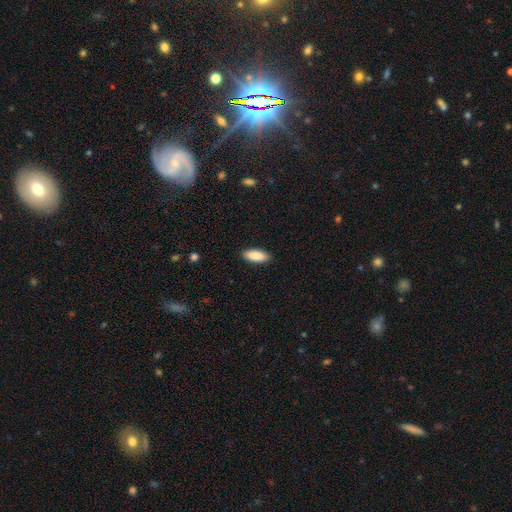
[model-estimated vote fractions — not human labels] Q: Smooth or featured?
A: smooth (89%); runner-up: star or artifact (6%)
Q: How rounded?
A: in between (78%); runner-up: cigar-shaped (20%)
Q: Merging?
A: none (90%); runner-up: minor disturbance (8%)